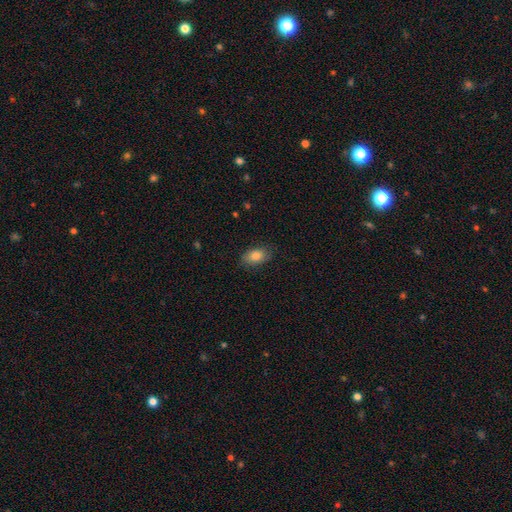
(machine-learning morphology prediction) Q: Smooth or featured?
A: smooth (83%); runner-up: featured or disk (9%)
Q: How rounded?
A: in between (89%); runner-up: round (9%)
Q: Merging?
A: none (81%); runner-up: minor disturbance (14%)